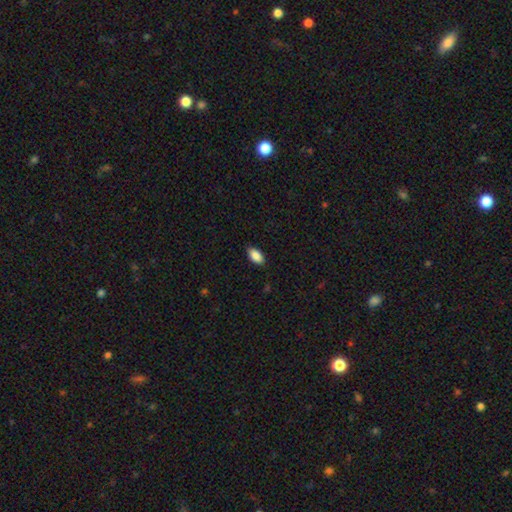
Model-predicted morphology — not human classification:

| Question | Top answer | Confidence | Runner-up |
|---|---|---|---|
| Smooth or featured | smooth | 88% | star or artifact (7%) |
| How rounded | in between | 93% | round (4%) |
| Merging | none | 87% | minor disturbance (10%) |